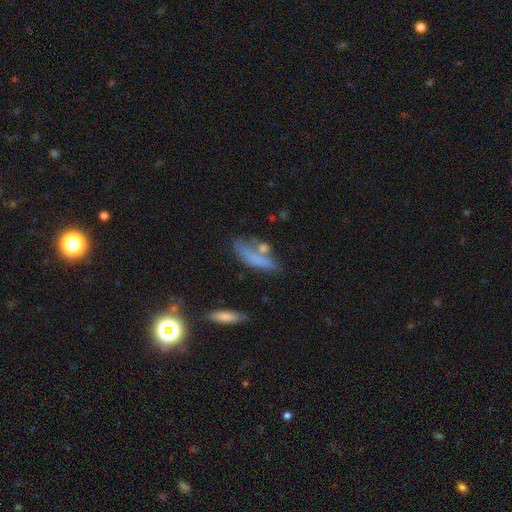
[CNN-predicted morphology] type=smooth (50%); merging=none (53%).